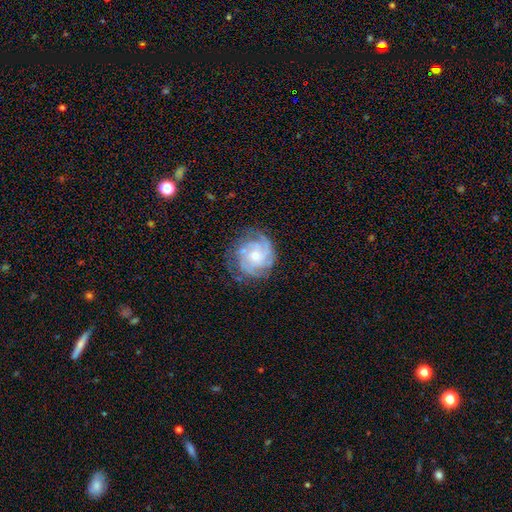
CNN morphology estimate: A featured or disk galaxy (79%) with no bar (77%), tight (61%) spiral arms (92%) and a small central bulge (49%). Merging: none (71%).